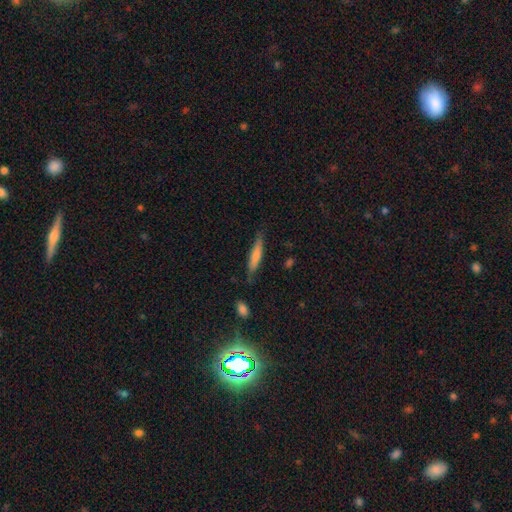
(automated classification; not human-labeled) The model was most divided on "smooth or featured": smooth: 71%, featured or disk: 24%, star or artifact: 6%. More confident: how rounded — cigar-shaped (86%); merging — none (77%).